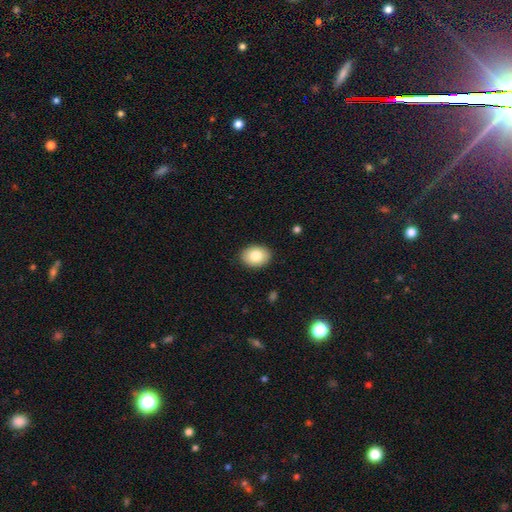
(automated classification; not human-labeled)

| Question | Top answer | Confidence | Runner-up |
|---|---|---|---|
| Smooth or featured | smooth | 82% | featured or disk (10%) |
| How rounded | in between | 66% | round (34%) |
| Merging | none | 90% | minor disturbance (7%) |